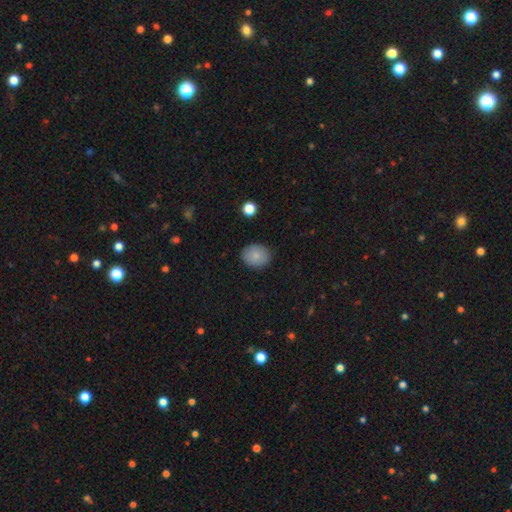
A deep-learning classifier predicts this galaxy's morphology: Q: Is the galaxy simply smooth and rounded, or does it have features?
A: smooth — 84%.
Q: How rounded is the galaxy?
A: round — 60%.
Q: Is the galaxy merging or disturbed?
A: none — 87%.